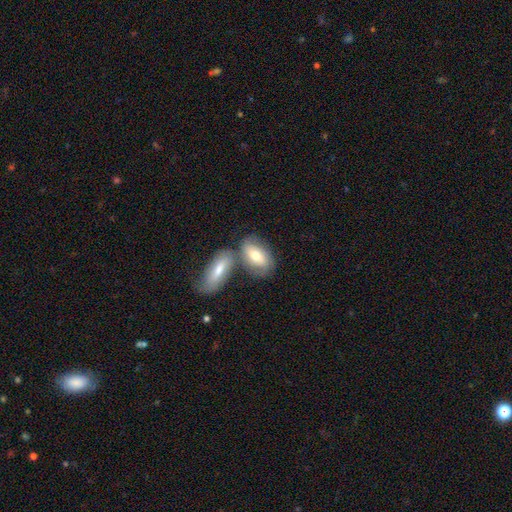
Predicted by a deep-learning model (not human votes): smooth 67%, featured or disk 27%, star or artifact 6%. Down the decision tree: how rounded — in between (86%); merging — none (47%).